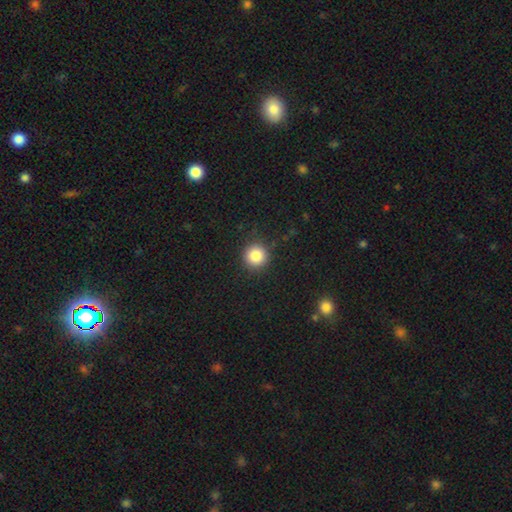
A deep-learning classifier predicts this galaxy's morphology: Q: Smooth or featured?
A: smooth (86%); runner-up: star or artifact (10%)
Q: How rounded?
A: round (95%); runner-up: in between (4%)
Q: Merging?
A: none (90%); runner-up: minor disturbance (7%)